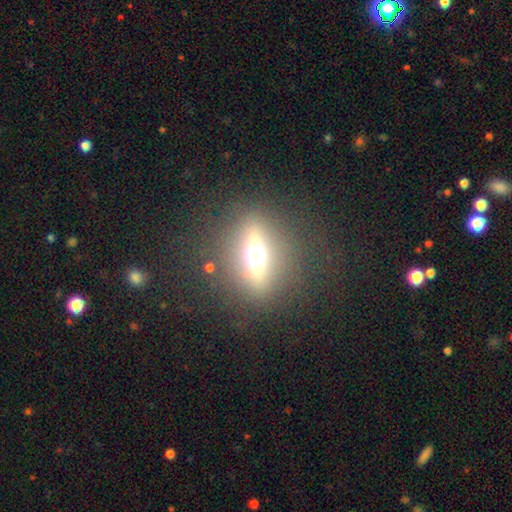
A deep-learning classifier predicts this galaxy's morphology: smooth-or-featured: featured or disk: 50% | smooth: 31% | star or artifact: 20%
  merging: none: 83% | minor disturbance: 8% | major disturbance: 6% | merger: 2%